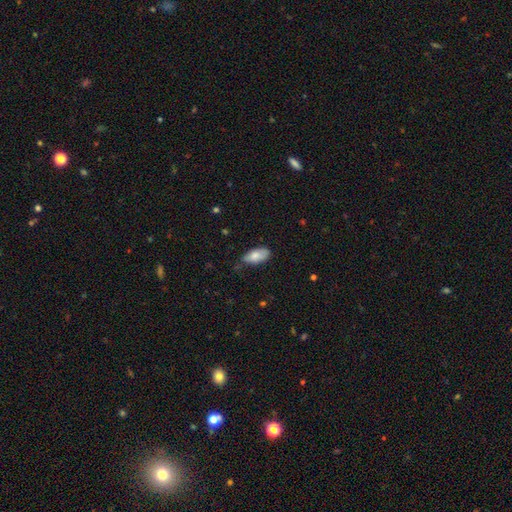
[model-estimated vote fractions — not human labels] Smooth or featured: smooth — 77% (featured or disk — 16%)
How rounded: in between — 91% (cigar-shaped — 6%)
Merging: none — 56% (minor disturbance — 35%)